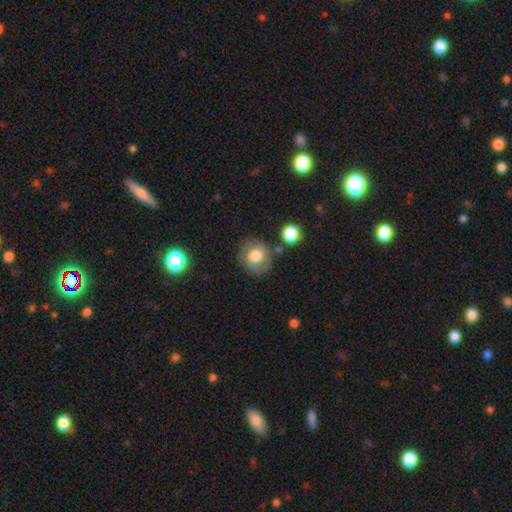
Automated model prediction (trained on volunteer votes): Smooth or featured: smooth — 70% (featured or disk — 21%)
How rounded: round — 85% (in between — 14%)
Merging: none — 75% (minor disturbance — 14%)